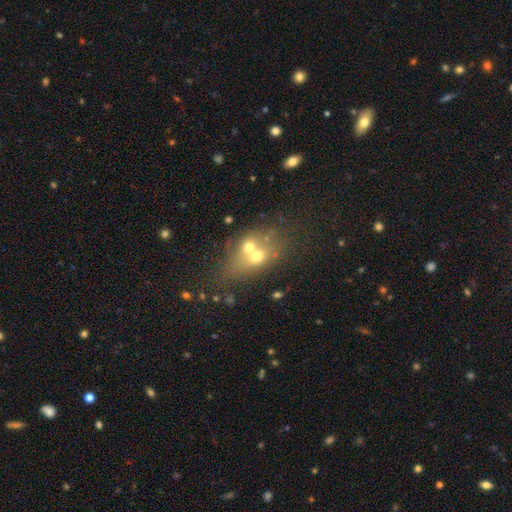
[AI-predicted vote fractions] smooth_or_featured: smooth (p=0.56) [alt: featured or disk p=0.30]
how_rounded: in between (p=0.55) [alt: round p=0.43]
merging: merger (p=0.65) [alt: none p=0.23]